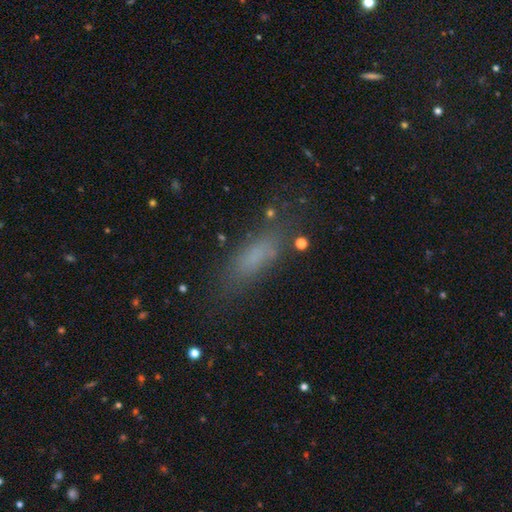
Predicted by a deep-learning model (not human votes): Smooth or featured? smooth (70%)
How rounded? cigar-shaped (49%)
Merging? none (72%)